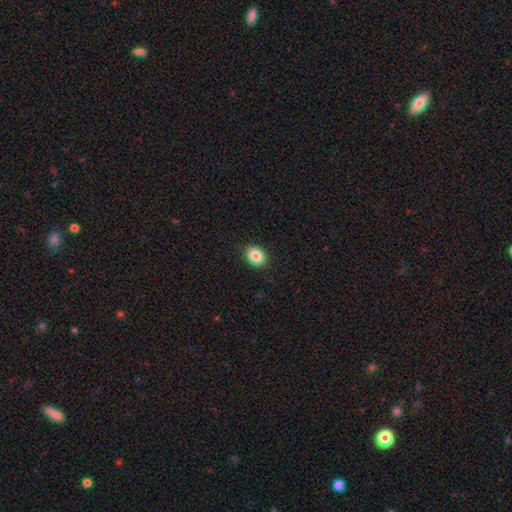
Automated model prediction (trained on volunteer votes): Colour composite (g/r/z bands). It shows a smooth galaxy with no disk features (85%) that is in between round and cigar-shaped (59%). Merging: none (89%).